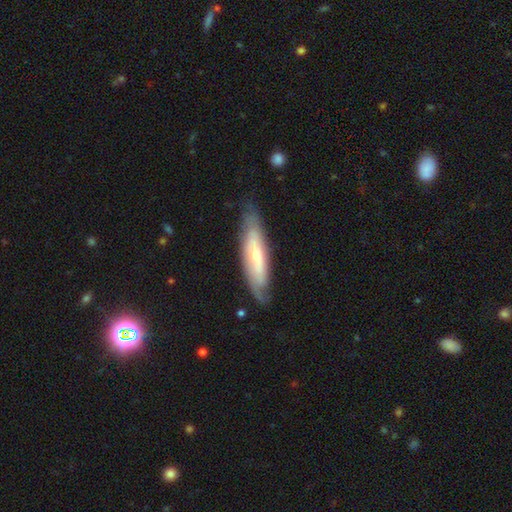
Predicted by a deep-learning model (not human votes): The model was most divided on "edge-on disk": no: 59%, yes: 41%. More confident: merging — none (73%); smooth or featured — featured or disk (58%).